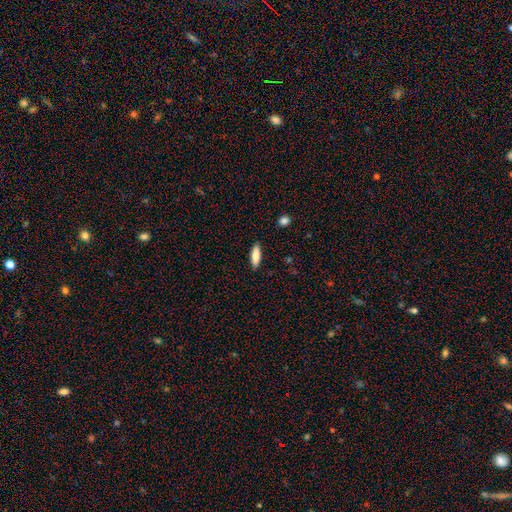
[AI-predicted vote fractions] Morphology: type=smooth (81%); roundness=cigar-shaped (53%); merging=none (89%).